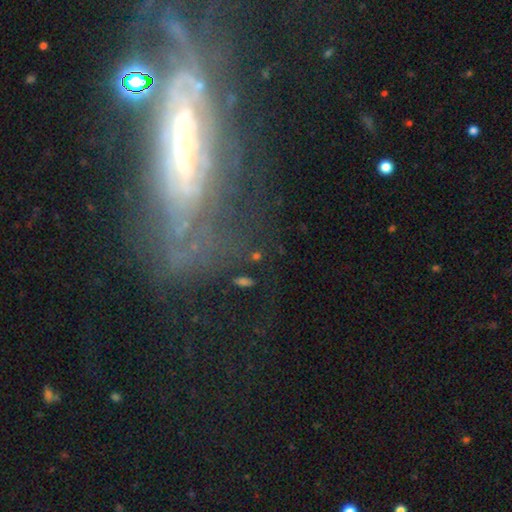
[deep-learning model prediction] This is possibly a featured or disk galaxy (47%). Merging: likely none (67%).